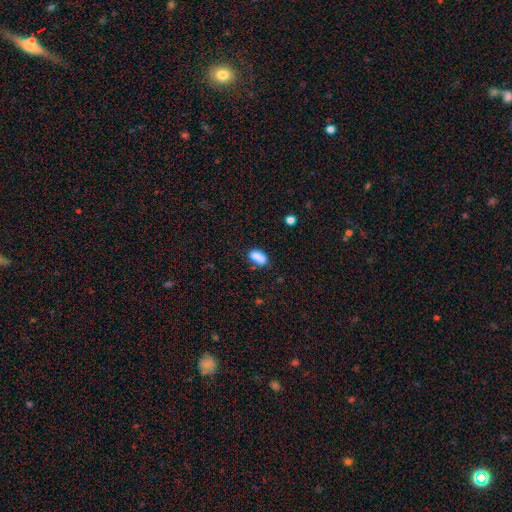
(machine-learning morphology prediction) smooth_or_featured: smooth (p=0.82) [alt: star or artifact p=0.09]
how_rounded: in between (p=0.86) [alt: cigar-shaped p=0.08]
merging: none (p=0.56) [alt: minor disturbance p=0.23]